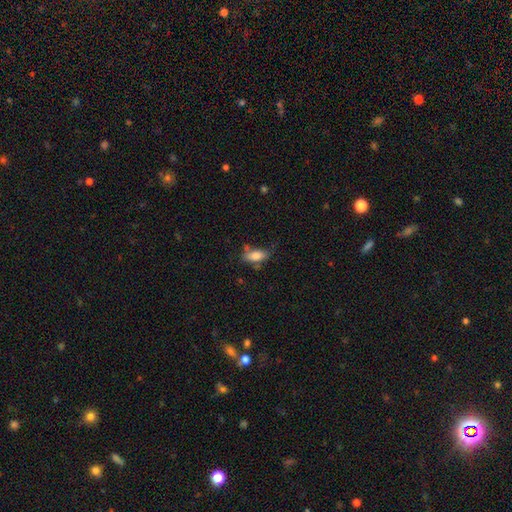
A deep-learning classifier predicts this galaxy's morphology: smooth 77%, featured or disk 15%, star or artifact 8%. Down the decision tree: how rounded — in between (82%); merging — none (53%).